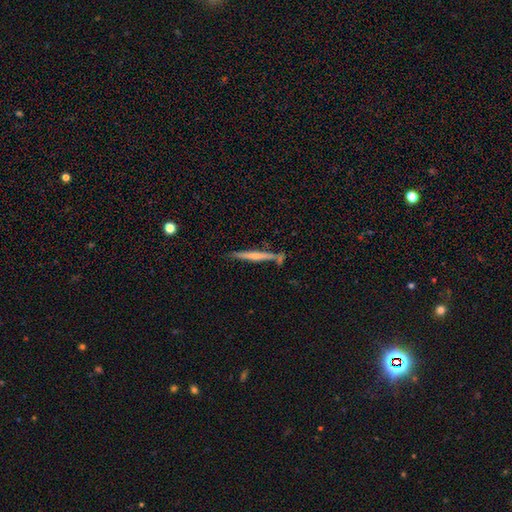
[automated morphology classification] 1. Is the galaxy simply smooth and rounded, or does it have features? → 55% featured or disk, 39% smooth, 6% star or artifact.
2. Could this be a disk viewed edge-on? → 96% yes, 4% no.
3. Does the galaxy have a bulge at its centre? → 46% none, 45% rounded, 9% boxy.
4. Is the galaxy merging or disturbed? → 76% none, 13% minor disturbance, 8% merger, 3% major disturbance.